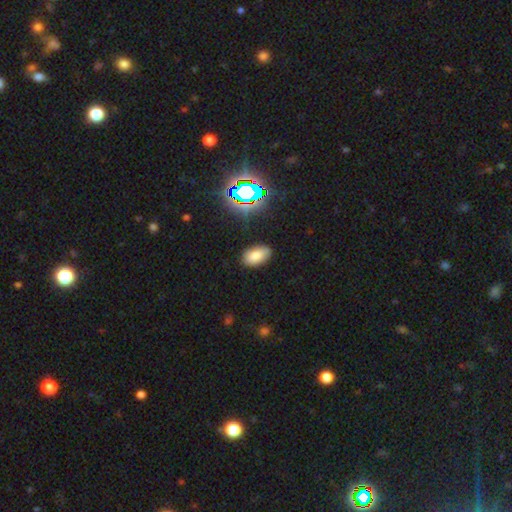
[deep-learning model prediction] Overall: smooth (78%). How rounded: in between (94%). Merging: none (84%).